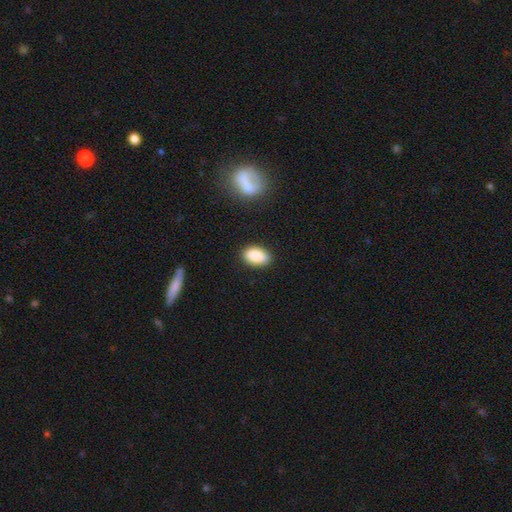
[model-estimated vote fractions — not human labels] A smooth galaxy with no disk features (88%) that is in between round and cigar-shaped (92%). Merging: none (86%).